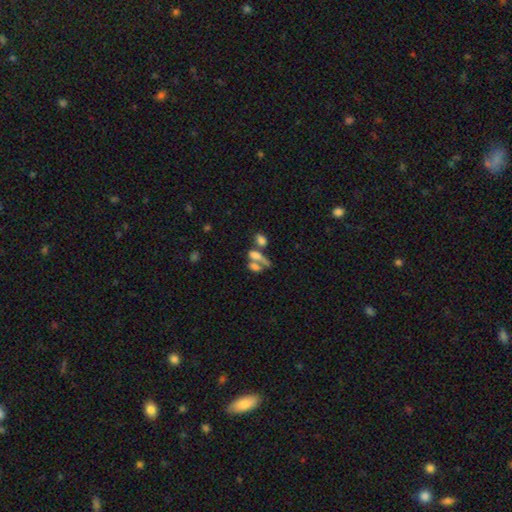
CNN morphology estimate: This is likely a smooth galaxy (66%). How rounded: likely in between (76%). Merging: possibly merger (57%).